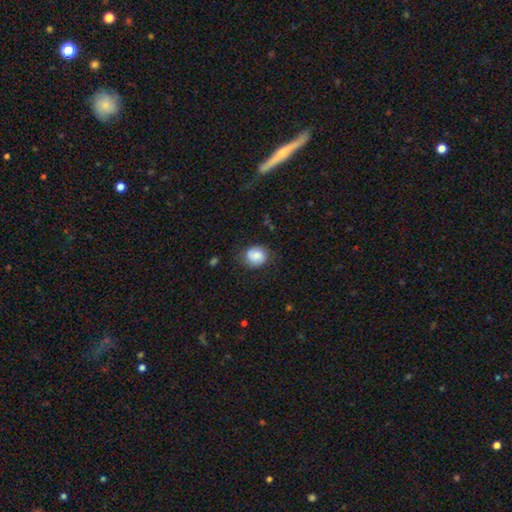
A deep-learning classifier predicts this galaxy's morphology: Smooth or featured?
  - smooth: 75% *
  - featured or disk: 17%
  - star or artifact: 8%
How rounded?
  - round: 70% *
  - in between: 29%
  - cigar-shaped: 1%
Merging?
  - none: 71% *
  - minor disturbance: 20%
  - major disturbance: 7%
  - merger: 2%